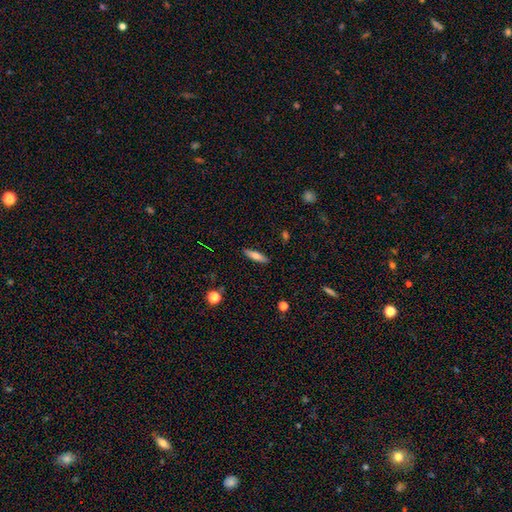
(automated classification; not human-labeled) Overall: smooth (64%; featured or disk 29%). How rounded: cigar-shaped (70%). Merging: none (90%).